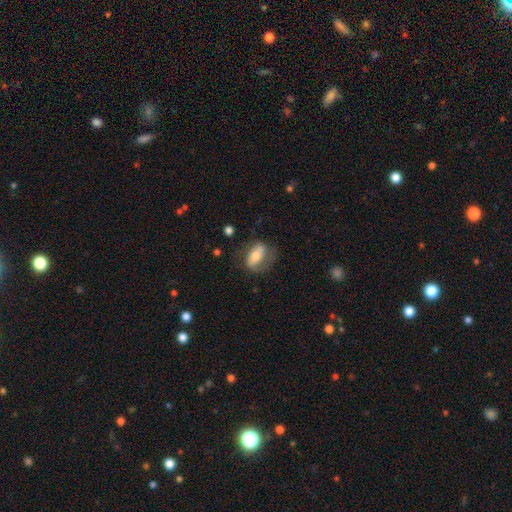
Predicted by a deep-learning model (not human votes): A featured or disk galaxy (47%). Merging: none (62%).